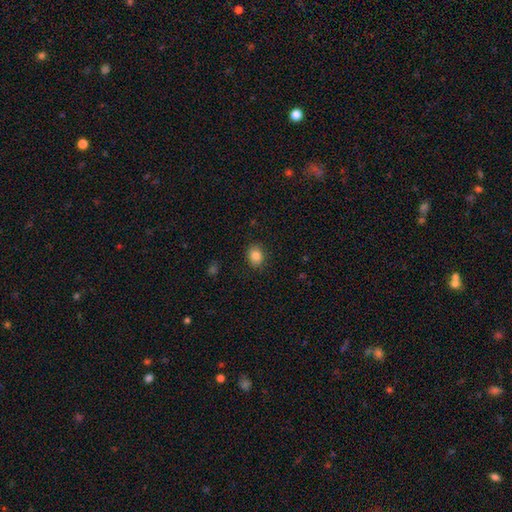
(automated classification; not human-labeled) smooth 84%, star or artifact 10%, featured or disk 6%. Down the decision tree: how rounded — round (58%); merging — none (87%).